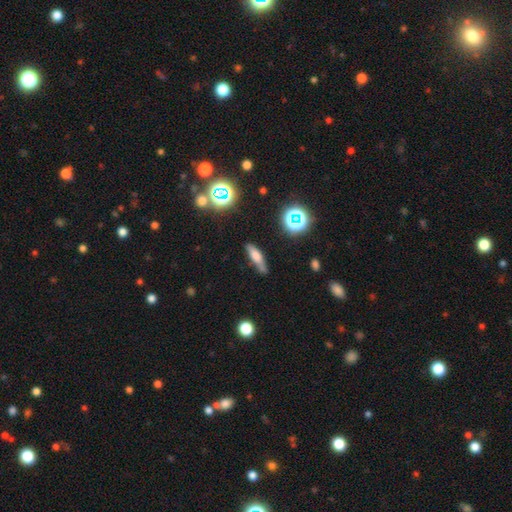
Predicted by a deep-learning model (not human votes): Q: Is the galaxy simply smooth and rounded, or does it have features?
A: smooth — 62%.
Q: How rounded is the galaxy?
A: cigar-shaped — 58%.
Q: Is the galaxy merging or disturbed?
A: none — 65%.